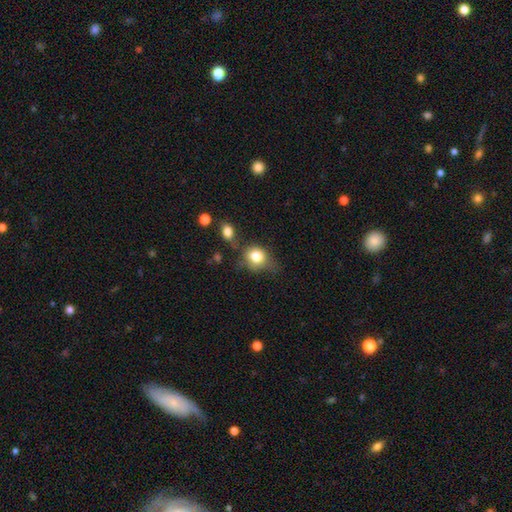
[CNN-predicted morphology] A smooth galaxy with no disk features (78%) that is round (61%). Merging: none (45%).